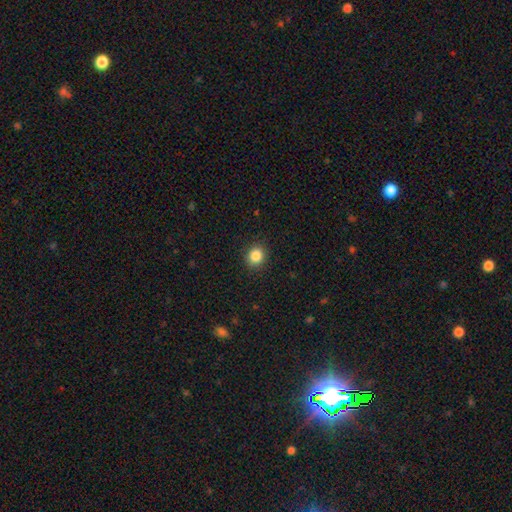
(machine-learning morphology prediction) A smooth galaxy with no disk features (86%) that is round (79%).

Vote fractions:
- Smooth or featured? smooth: 86% / star or artifact: 10% / featured or disk: 4%
- How rounded? round: 79% / in between: 20% / cigar-shaped: 1%
- Merging? none: 90% / minor disturbance: 7% / major disturbance: 2% / merger: 1%